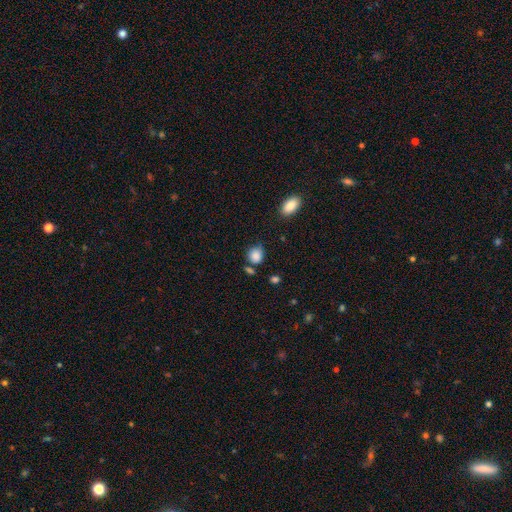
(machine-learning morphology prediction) Smooth or featured? Predicted: smooth (p=0.86). How rounded? Predicted: round (p=0.70). Merging? Predicted: none (p=0.60).